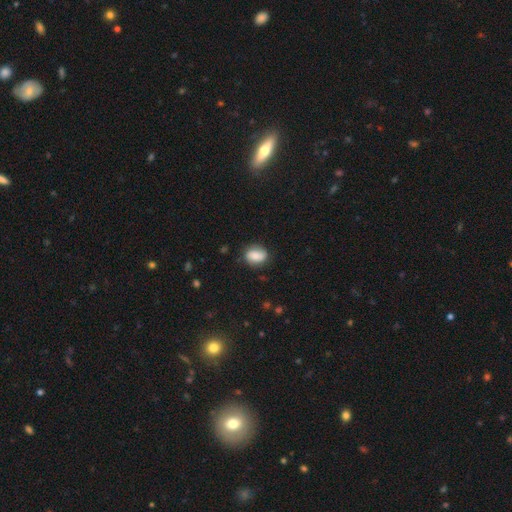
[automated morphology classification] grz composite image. It shows a smooth galaxy with no disk features (76%) that is in between round and cigar-shaped (67%). Merging: none (76%).